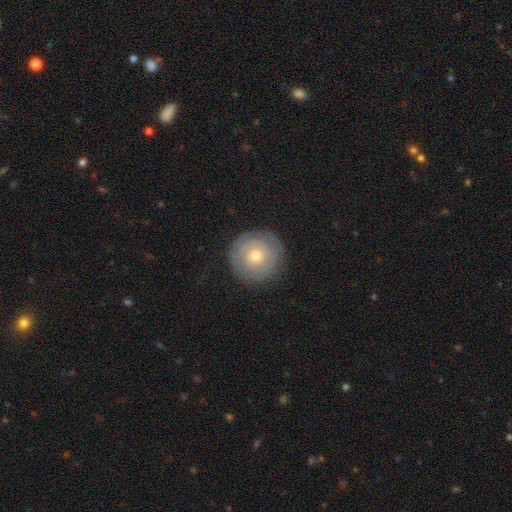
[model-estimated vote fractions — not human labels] Smooth or featured: featured or disk — 56% (smooth — 37%)
Edge-on disk: no — 97% (yes — 3%)
Bar: no — 88% (weak — 10%)
Spiral arms: yes — 64% (no — 36%)
Bulge size: small — 55% (moderate — 41%)
Merging: none — 85% (minor disturbance — 11%)